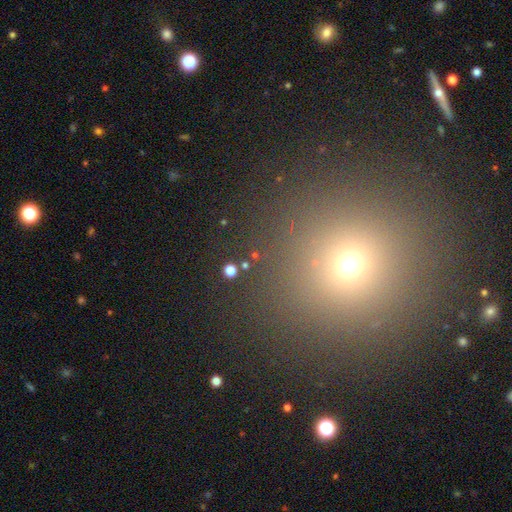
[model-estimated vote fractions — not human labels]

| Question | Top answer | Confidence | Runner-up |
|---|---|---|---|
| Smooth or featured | star or artifact | 48% | smooth (41%) |